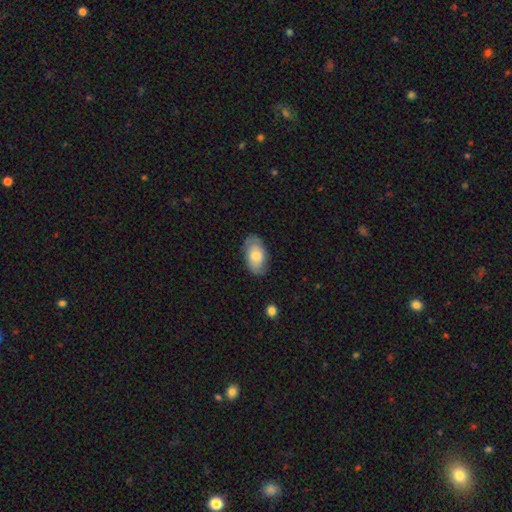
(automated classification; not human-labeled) smooth 47%, featured or disk 46%, star or artifact 6%. Down the decision tree: merging — none (74%).